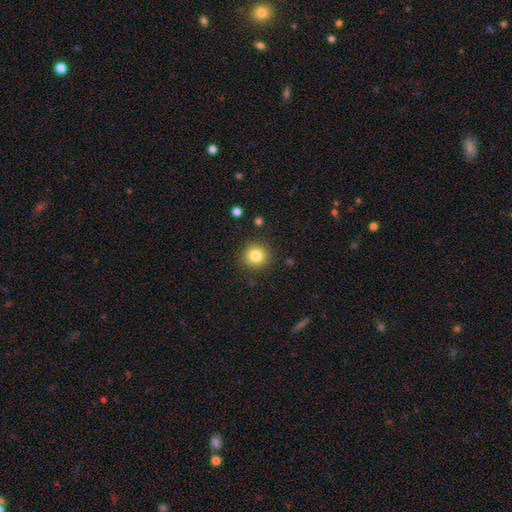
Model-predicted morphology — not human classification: Smooth or featured?
  - smooth: 82% *
  - star or artifact: 11%
  - featured or disk: 7%
How rounded?
  - round: 92% *
  - in between: 7%
  - cigar-shaped: 1%
Merging?
  - none: 89% *
  - minor disturbance: 7%
  - major disturbance: 2%
  - merger: 1%